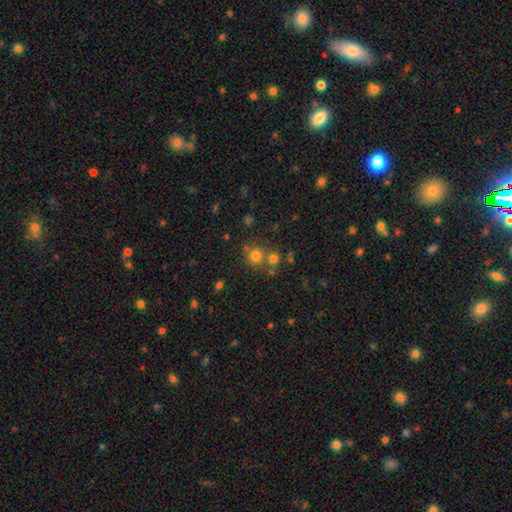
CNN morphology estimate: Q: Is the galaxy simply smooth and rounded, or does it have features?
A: smooth — 72%.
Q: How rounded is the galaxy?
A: round — 90%.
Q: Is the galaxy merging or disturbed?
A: none — 64%.